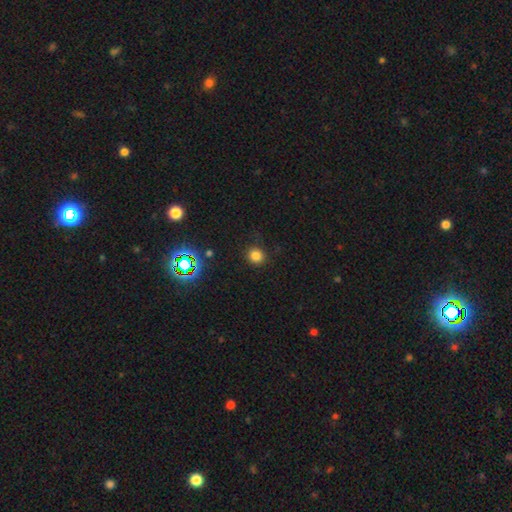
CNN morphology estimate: smooth-or-featured: smooth: 78% | star or artifact: 17% | featured or disk: 5%
  how-rounded: round: 91% | in between: 8% | cigar-shaped: 1%
  merging: none: 86% | minor disturbance: 9% | major disturbance: 3% | merger: 1%